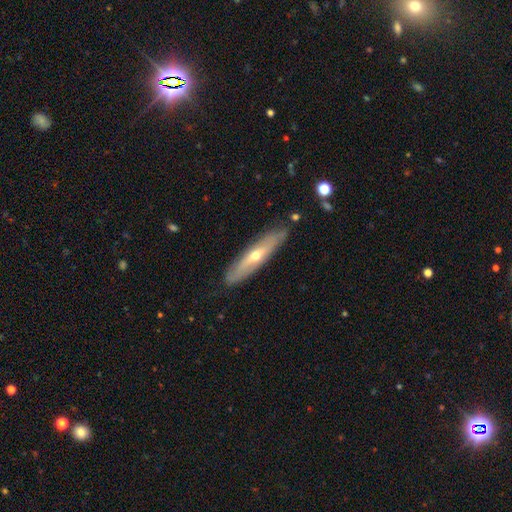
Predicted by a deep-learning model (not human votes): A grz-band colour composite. It shows a featured or disk galaxy (57%) viewed edge-on (68%). Merging: none (83%).